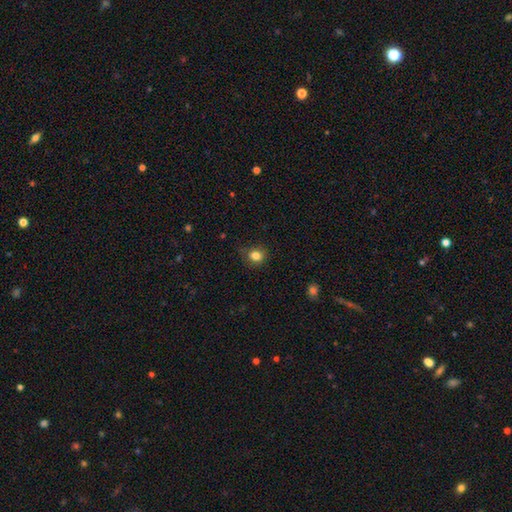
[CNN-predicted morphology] Smooth or featured?
  - smooth: 82% *
  - star or artifact: 12%
  - featured or disk: 6%
How rounded?
  - round: 76% *
  - in between: 23%
  - cigar-shaped: 1%
Merging?
  - none: 79% *
  - minor disturbance: 16%
  - major disturbance: 4%
  - merger: 1%